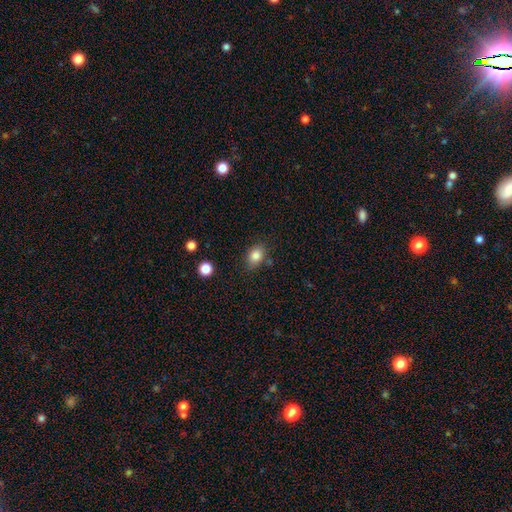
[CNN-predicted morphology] smooth 83%, star or artifact 10%, featured or disk 7%. Down the decision tree: how rounded — in between (67%); merging — none (77%).